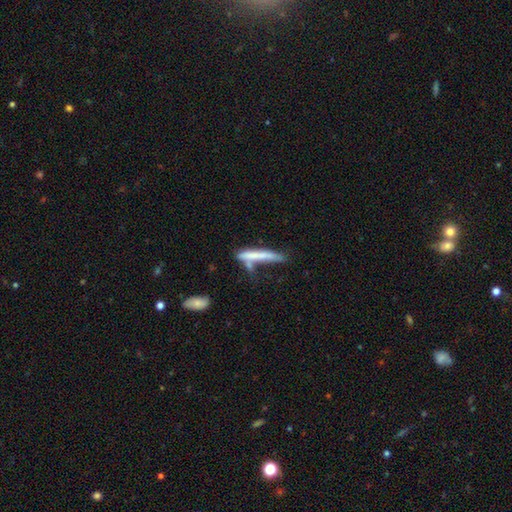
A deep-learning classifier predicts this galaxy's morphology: This is likely a smooth galaxy (62%). How rounded: clearly cigar-shaped (92%). Merging: marginally none (43%).